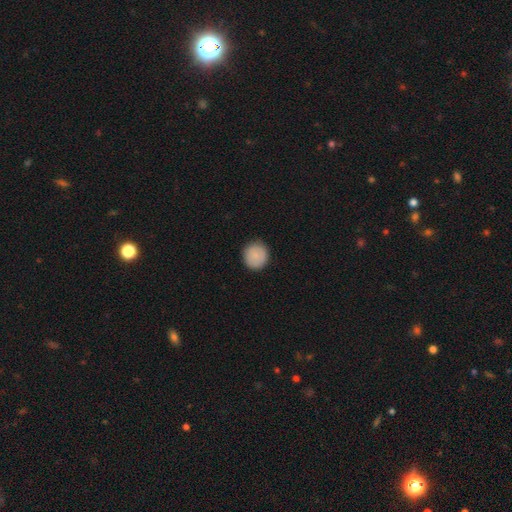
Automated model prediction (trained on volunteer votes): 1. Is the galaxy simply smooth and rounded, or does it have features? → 85% smooth, 8% featured or disk, 7% star or artifact.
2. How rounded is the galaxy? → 91% round, 8% in between, 1% cigar-shaped.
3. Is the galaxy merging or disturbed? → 89% none, 8% minor disturbance, 2% major disturbance, 1% merger.